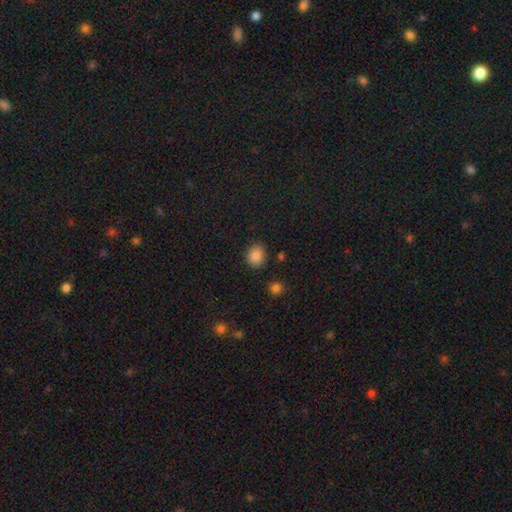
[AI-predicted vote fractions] Smooth or featured: smooth — 86% (star or artifact — 10%)
How rounded: round — 61% (in between — 38%)
Merging: none — 86% (minor disturbance — 9%)